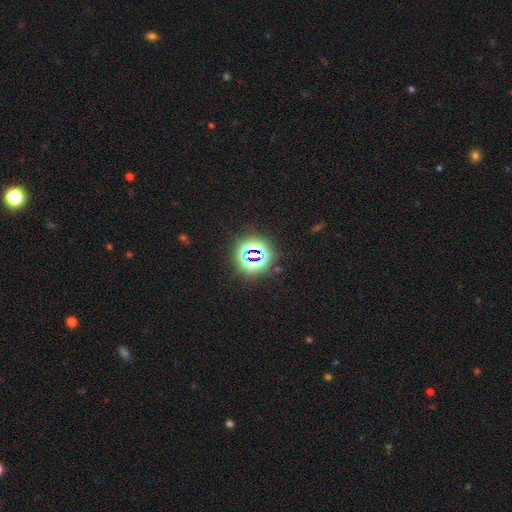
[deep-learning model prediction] A star or artifact, not a galaxy (76%).

Vote fractions:
- Smooth or featured? star or artifact: 76% / smooth: 15% / featured or disk: 8%